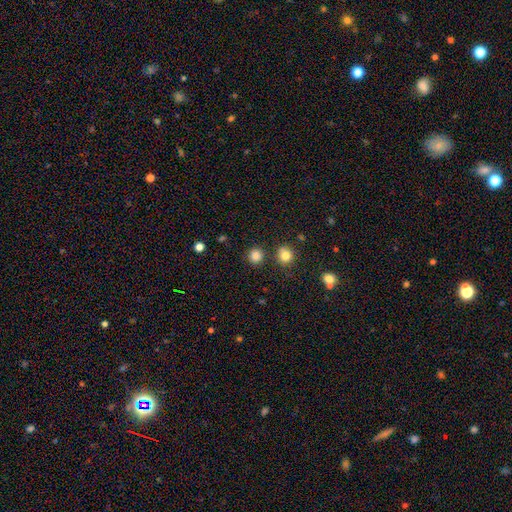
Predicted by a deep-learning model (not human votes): Smooth or featured: smooth — 84% (star or artifact — 12%)
How rounded: round — 91% (in between — 8%)
Merging: none — 85% (minor disturbance — 7%)